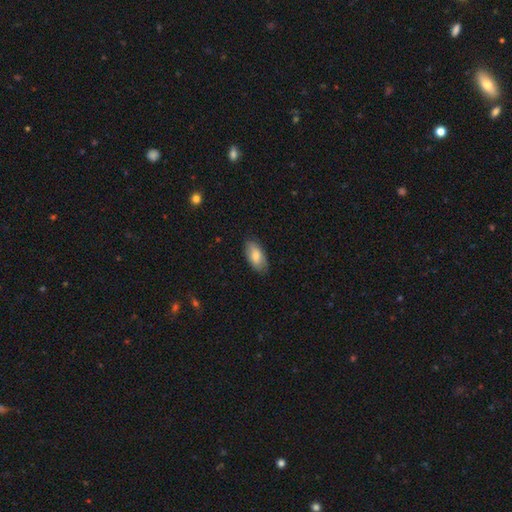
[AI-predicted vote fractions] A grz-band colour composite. It shows a smooth galaxy with no disk features (77%) that is in between round and cigar-shaped (93%). Merging: none (82%).